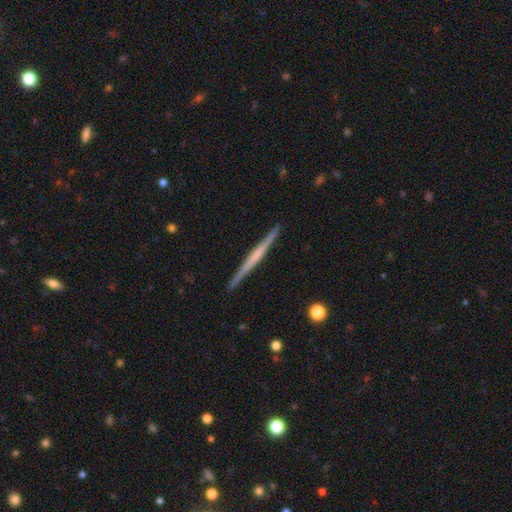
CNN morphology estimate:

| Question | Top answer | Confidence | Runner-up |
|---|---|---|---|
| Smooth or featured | featured or disk | 67% | smooth (28%) |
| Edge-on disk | yes | 98% | no (2%) |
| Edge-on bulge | none | 61% | rounded (26%) |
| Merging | none | 92% | minor disturbance (6%) |